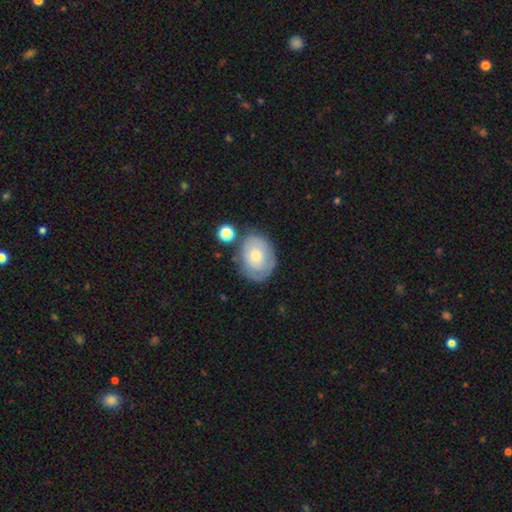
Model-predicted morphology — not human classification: A smooth galaxy with no disk features (47%).

Vote fractions:
- Smooth or featured? smooth: 47% / featured or disk: 45% / star or artifact: 7%
- Merging? none: 68% / minor disturbance: 19% / merger: 7% / major disturbance: 6%